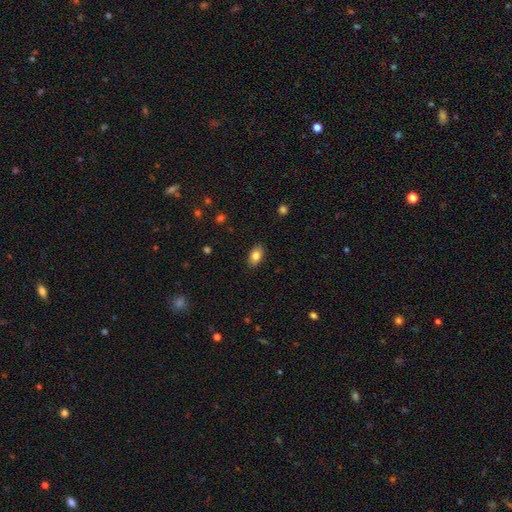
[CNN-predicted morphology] Overall: smooth (83%). How rounded: in between (90%). Merging: none (87%).